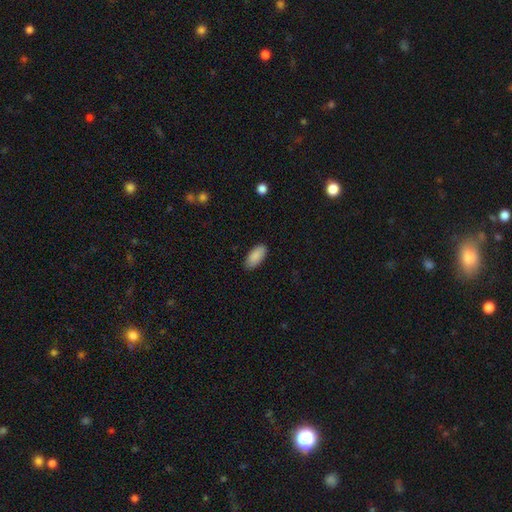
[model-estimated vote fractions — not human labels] Smooth or featured: smooth — 90% (star or artifact — 6%)
How rounded: in between — 91% (cigar-shaped — 7%)
Merging: none — 87% (minor disturbance — 10%)